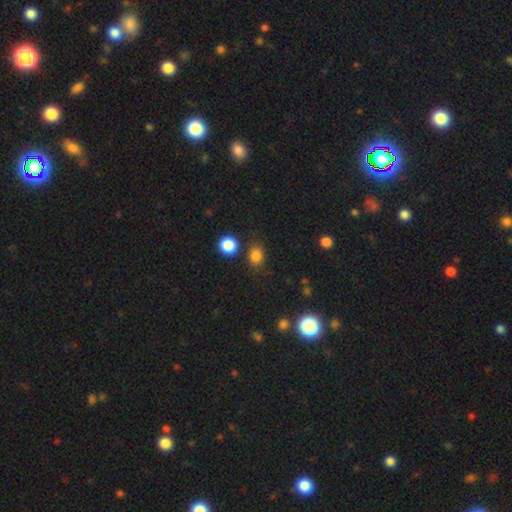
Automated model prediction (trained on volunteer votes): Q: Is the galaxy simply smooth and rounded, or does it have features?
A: smooth — 81%.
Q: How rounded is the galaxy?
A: round — 63%.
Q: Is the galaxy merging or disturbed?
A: none — 77%.